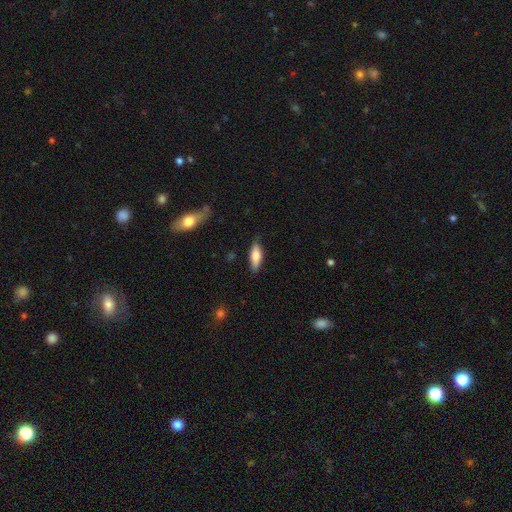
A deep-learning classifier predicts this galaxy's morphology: This appears to be a smooth galaxy with no disk features (73%) that is in between round and cigar-shaped (61%). Merging: none (80%).